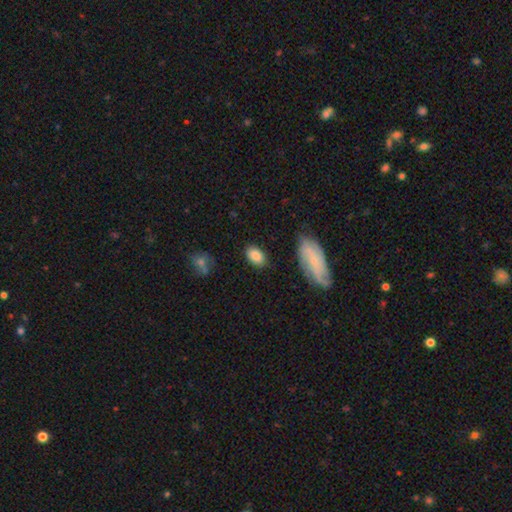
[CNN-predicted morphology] Q: Smooth or featured?
A: smooth (83%); runner-up: featured or disk (10%)
Q: How rounded?
A: in between (88%); runner-up: round (10%)
Q: Merging?
A: none (82%); runner-up: minor disturbance (13%)